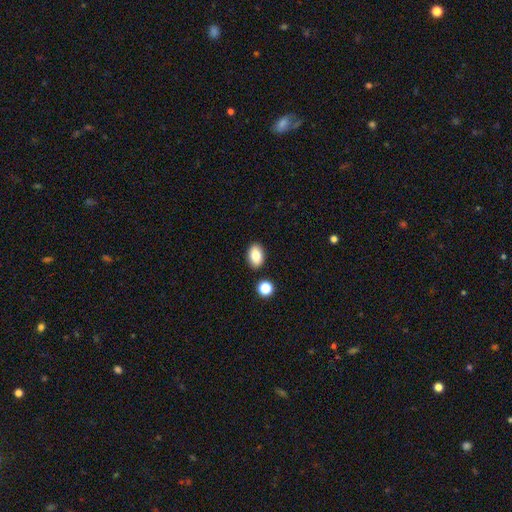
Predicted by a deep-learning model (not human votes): The model was most divided on "smooth or featured": smooth: 84%, star or artifact: 8%, featured or disk: 7%. More confident: how rounded — in between (87%); merging — none (86%).